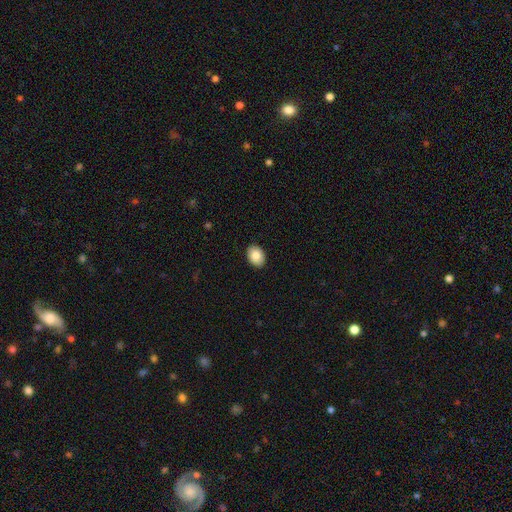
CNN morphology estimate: Smooth or featured: smooth — 85% (featured or disk — 8%)
How rounded: in between — 73% (round — 26%)
Merging: none — 91% (minor disturbance — 7%)